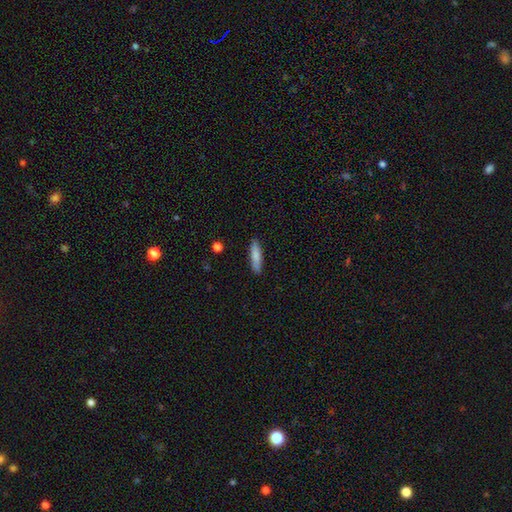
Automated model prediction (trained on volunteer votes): The model was most divided on "how rounded": cigar-shaped: 73%, in between: 25%, round: 1%. More confident: merging — none (86%); smooth or featured — smooth (83%).